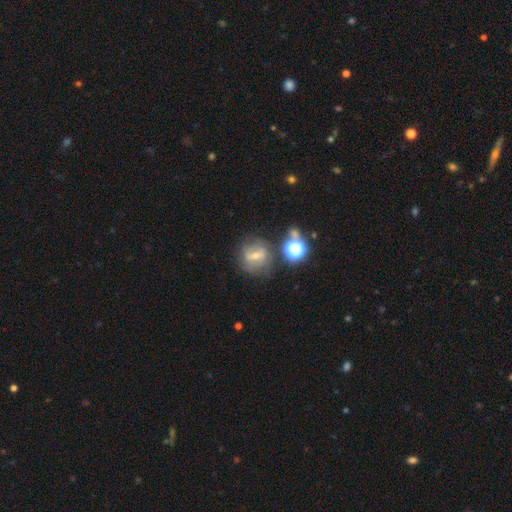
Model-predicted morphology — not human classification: smooth-or-featured: featured or disk: 49% | smooth: 35% | star or artifact: 17%
  merging: none: 67% | minor disturbance: 17% | merger: 9% | major disturbance: 8%